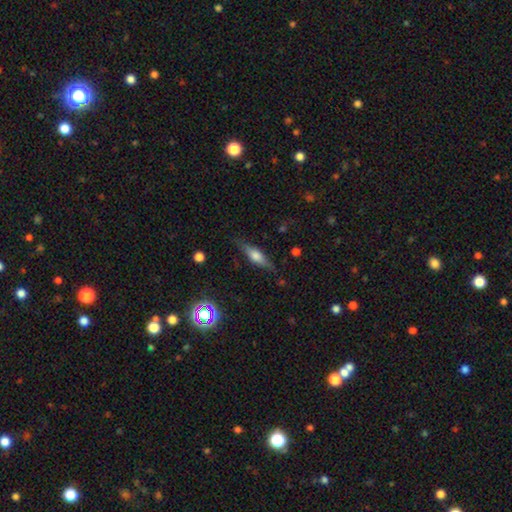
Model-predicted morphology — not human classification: A featured or disk galaxy (51%) viewed edge-on (93%).

Vote fractions:
- Smooth or featured? featured or disk: 51% / smooth: 41% / star or artifact: 8%
- Edge-on disk? yes: 93% / no: 7%
- Merging? none: 81% / minor disturbance: 14% / major disturbance: 4% / merger: 1%